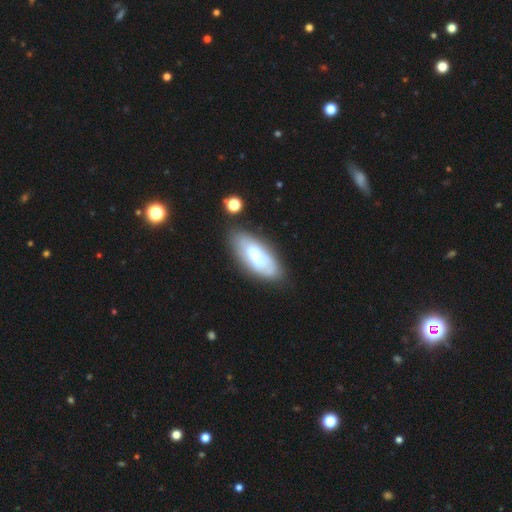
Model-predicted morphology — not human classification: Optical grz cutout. It shows a smooth galaxy with no disk features (48%). Merging: none (66%).